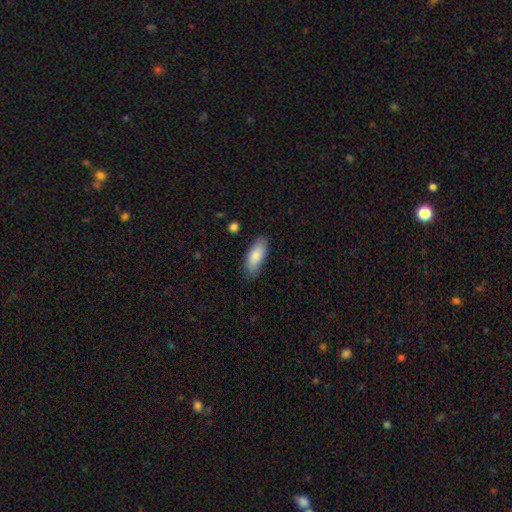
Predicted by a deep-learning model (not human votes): Q: Smooth or featured?
A: smooth (86%); runner-up: featured or disk (8%)
Q: How rounded?
A: in between (82%); runner-up: cigar-shaped (17%)
Q: Merging?
A: none (84%); runner-up: minor disturbance (12%)